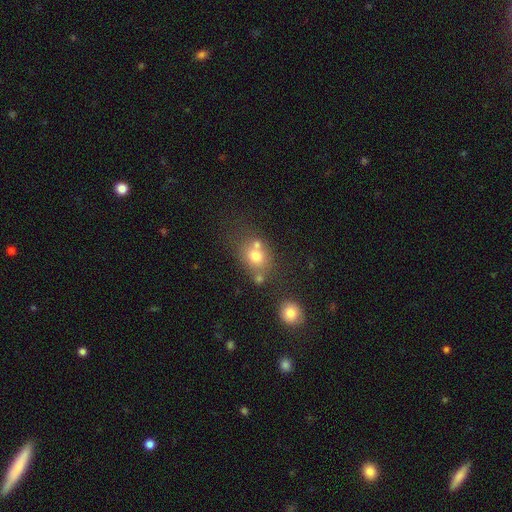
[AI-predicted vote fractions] smooth-or-featured: smooth: 71% | featured or disk: 15% | star or artifact: 14%
  how-rounded: round: 63% | in between: 36% | cigar-shaped: 1%
  merging: none: 51% | merger: 31% | minor disturbance: 13% | major disturbance: 6%